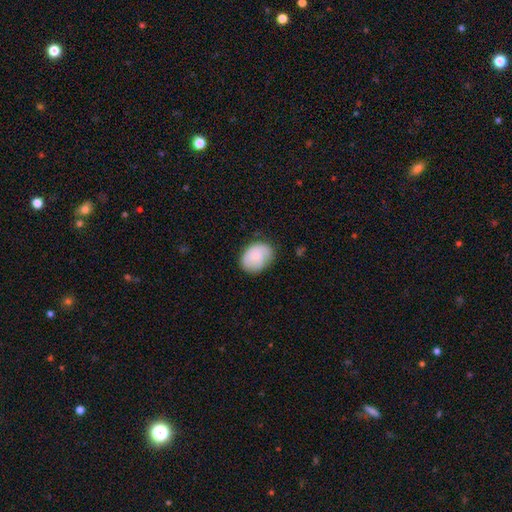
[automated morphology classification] smooth-or-featured: smooth: 70% | featured or disk: 23% | star or artifact: 7%
  how-rounded: in between: 61% | round: 38% | cigar-shaped: 1%
  merging: none: 66% | minor disturbance: 25% | major disturbance: 8% | merger: 1%